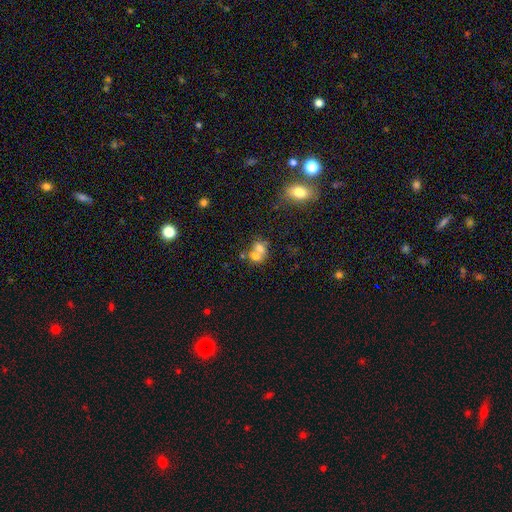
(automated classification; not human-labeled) smooth-or-featured: smooth: 66% | featured or disk: 23% | star or artifact: 12%
  how-rounded: in between: 50% | round: 48% | cigar-shaped: 1%
  merging: merger: 66% | none: 23% | minor disturbance: 7% | major disturbance: 4%